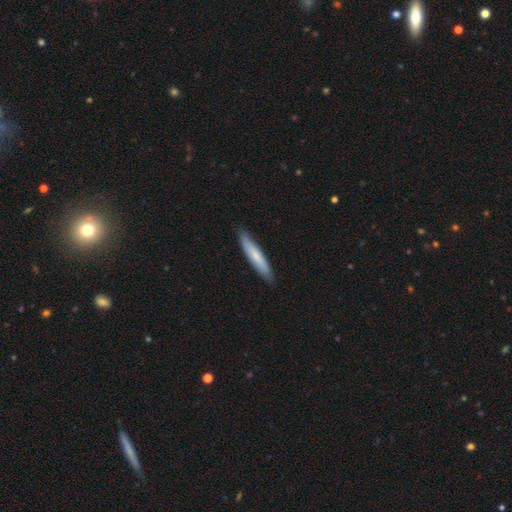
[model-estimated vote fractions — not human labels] Smooth or featured?
  - smooth: 68% *
  - featured or disk: 27%
  - star or artifact: 5%
How rounded?
  - cigar-shaped: 89% *
  - in between: 9%
  - round: 1%
Merging?
  - none: 87% *
  - minor disturbance: 10%
  - major disturbance: 2%
  - merger: 1%